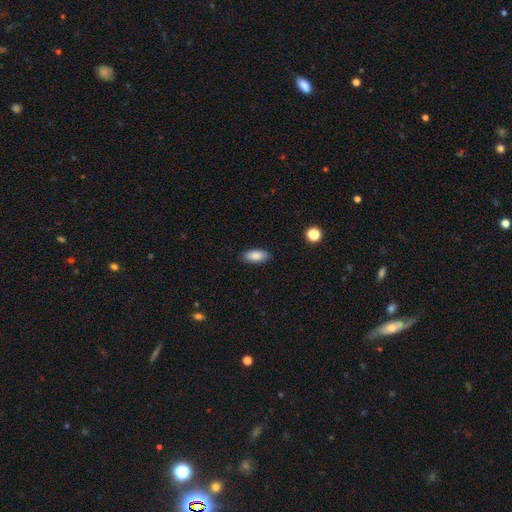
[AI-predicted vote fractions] Smooth or featured?
  - smooth: 88% *
  - star or artifact: 7%
  - featured or disk: 5%
How rounded?
  - in between: 89% *
  - cigar-shaped: 8%
  - round: 2%
Merging?
  - none: 87% *
  - minor disturbance: 10%
  - major disturbance: 2%
  - merger: 1%